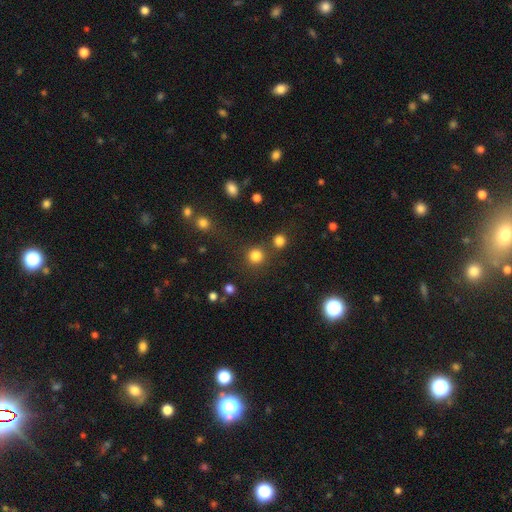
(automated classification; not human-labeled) Smooth or featured?
  - smooth: 82% *
  - star or artifact: 14%
  - featured or disk: 4%
How rounded?
  - round: 93% *
  - in between: 6%
  - cigar-shaped: 1%
Merging?
  - none: 80% *
  - merger: 9%
  - minor disturbance: 7%
  - major disturbance: 4%